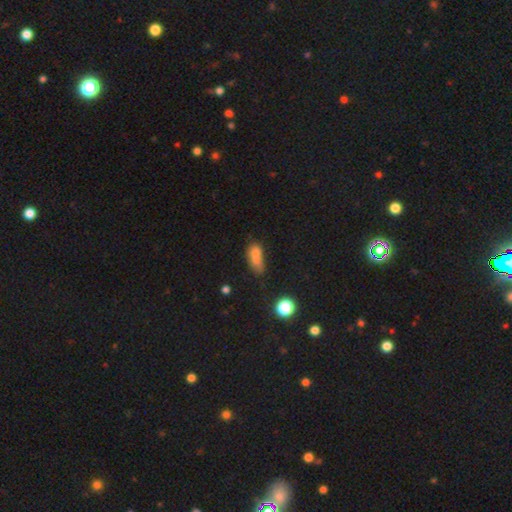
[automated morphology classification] smooth-or-featured: smooth: 71% | featured or disk: 16% | star or artifact: 13%
  how-rounded: in between: 74% | cigar-shaped: 20% | round: 6%
  merging: none: 35% | merger: 26% | minor disturbance: 25% | major disturbance: 14%